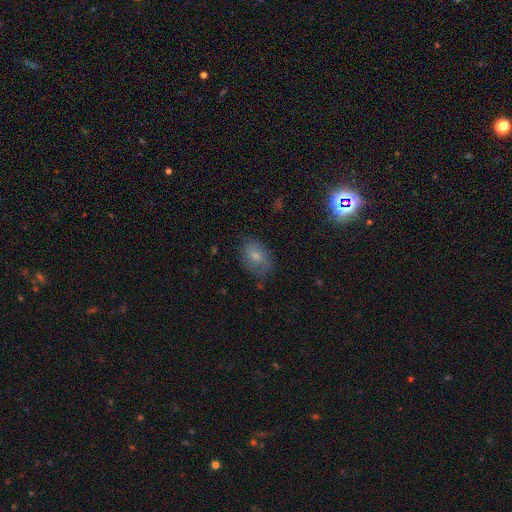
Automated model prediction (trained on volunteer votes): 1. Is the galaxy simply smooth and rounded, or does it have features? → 69% smooth, 20% featured or disk, 11% star or artifact.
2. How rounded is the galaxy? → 82% in between, 17% round, 2% cigar-shaped.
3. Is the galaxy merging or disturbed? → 70% none, 22% minor disturbance, 7% major disturbance, 2% merger.